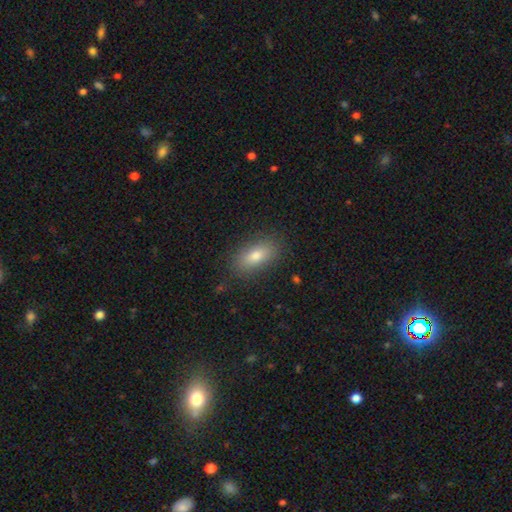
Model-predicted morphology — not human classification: A smooth galaxy with no disk features (79%) that is in between round and cigar-shaped (84%). Merging: none (86%).